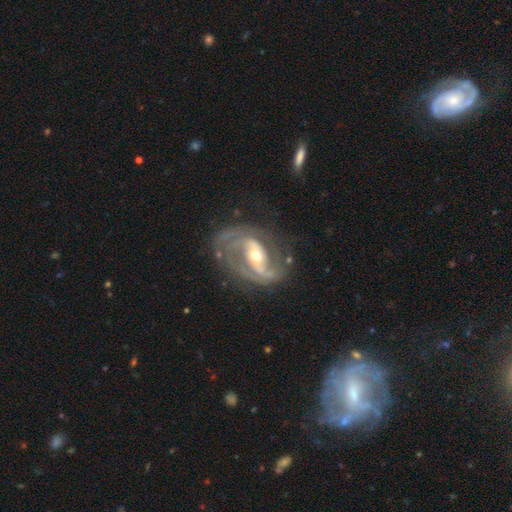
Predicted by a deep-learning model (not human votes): Smooth or featured? featured or disk (89%)
Edge-on disk? no (97%)
Bar? weak (38%, tied with strong)
Spiral arms? yes (94%)
Spiral winding? medium (48%)
Spiral arm count? 2 (73%)
Bulge size? moderate (63%)
Merging? none (63%)